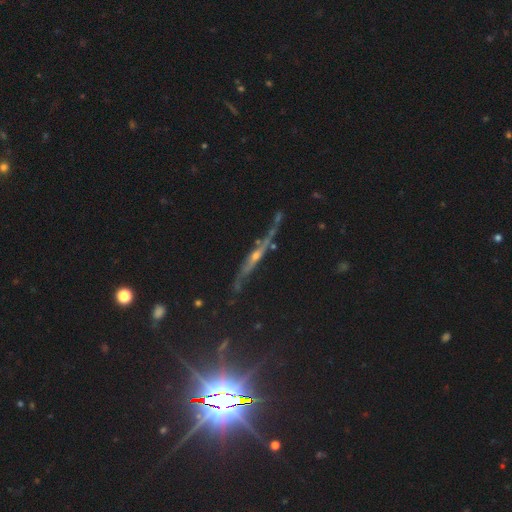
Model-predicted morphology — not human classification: The model was most divided on "merging": none: 64%, minor disturbance: 21%, major disturbance: 9%, merger: 7%. More confident: edge-on disk — yes (80%); edge-on bulge — rounded (71%); smooth or featured — featured or disk (69%).